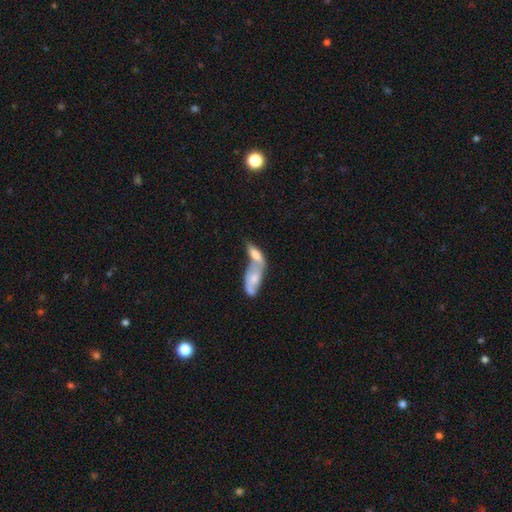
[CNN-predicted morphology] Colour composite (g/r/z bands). It shows a smooth galaxy with no disk features (52%) that is in between round and cigar-shaped (69%). Merging: merger (69%).